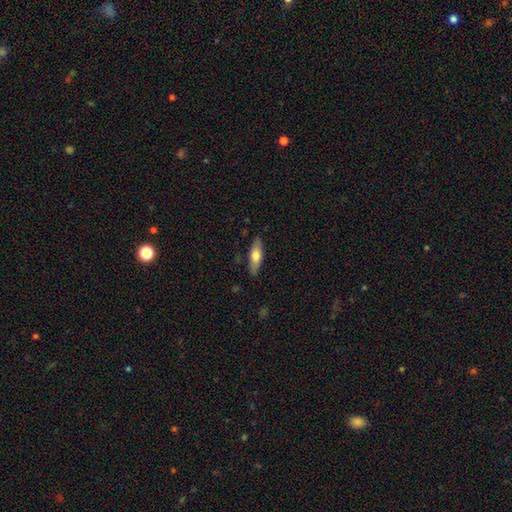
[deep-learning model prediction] smooth_or_featured: smooth (p=0.64) [alt: featured or disk p=0.30]
how_rounded: in between (p=0.56) [alt: cigar-shaped p=0.42]
merging: none (p=0.86) [alt: minor disturbance p=0.11]